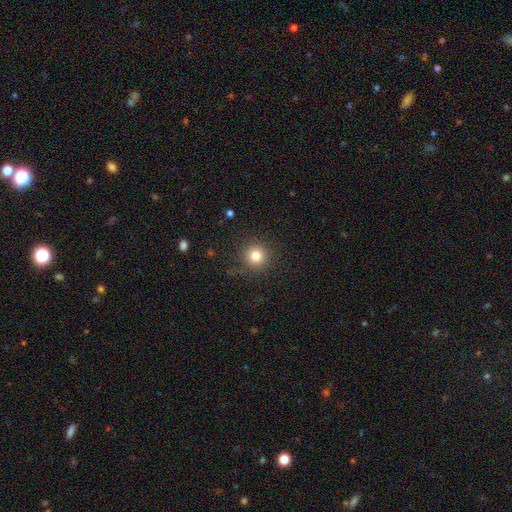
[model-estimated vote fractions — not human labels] This appears to be a smooth galaxy with no disk features (80%) that is round (94%). Merging: none (86%).